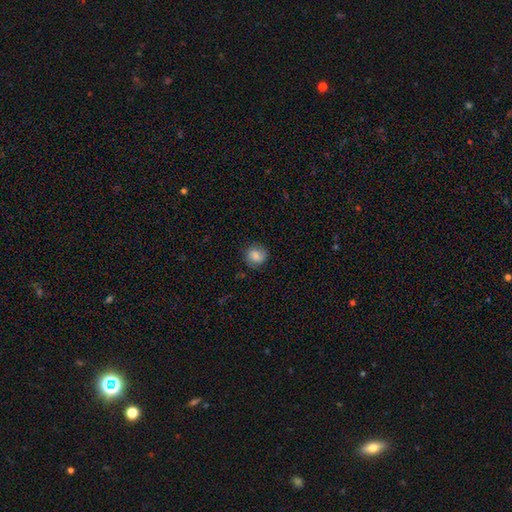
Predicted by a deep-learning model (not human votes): Overall: smooth (72%). How rounded: round (85%). Merging: none (79%).